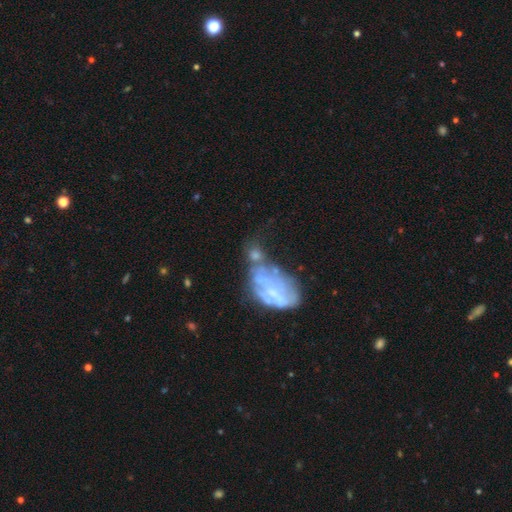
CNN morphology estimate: This appears to be a featured or disk galaxy (60%) with no bar (71%), no spiral arms (69%) and no central bulge (41%). Merging: merger (36%).